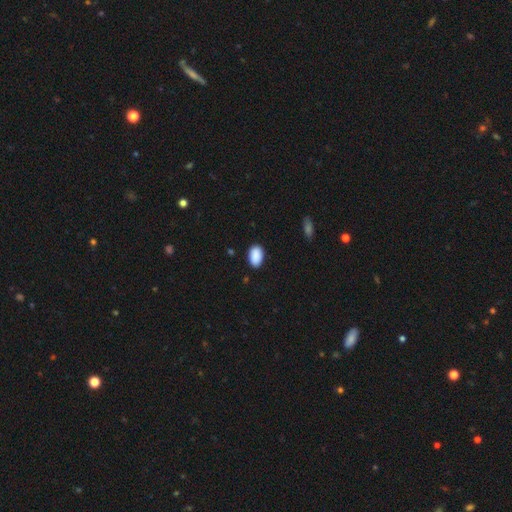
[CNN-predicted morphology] This appears to be a smooth galaxy with no disk features (91%) that is in between round and cigar-shaped (90%). Merging: none (86%).